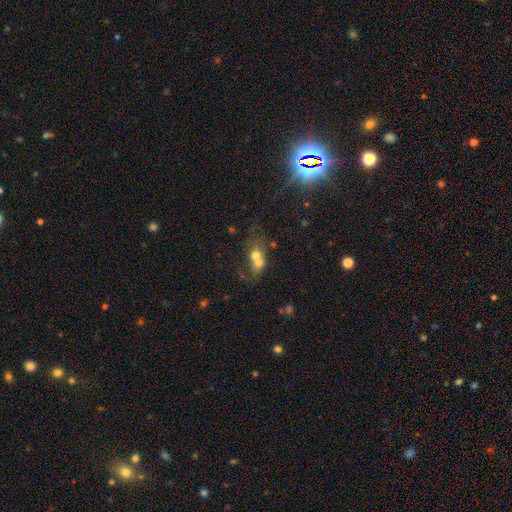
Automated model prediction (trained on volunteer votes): smooth 60%, featured or disk 27%, star or artifact 13%. Down the decision tree: how rounded — round (55%); merging — merger (70%).